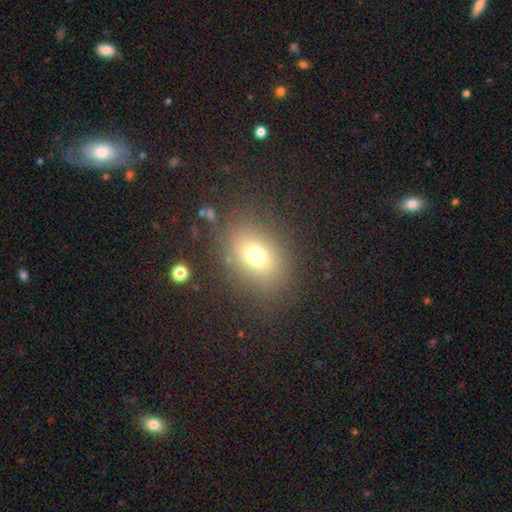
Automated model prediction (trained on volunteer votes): Smooth or featured? Predicted: smooth (p=0.71). How rounded? Predicted: in between (p=0.63). Merging? Predicted: none (p=0.82).